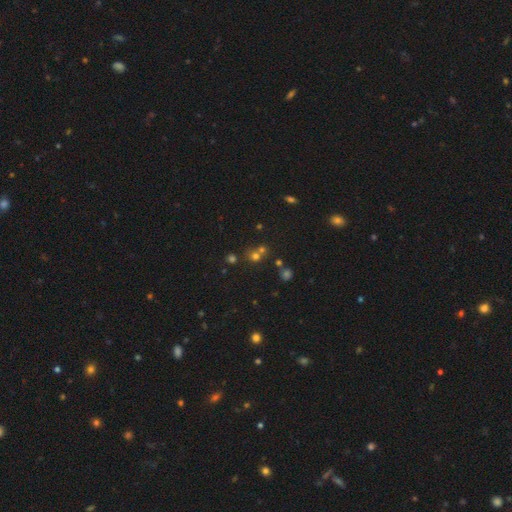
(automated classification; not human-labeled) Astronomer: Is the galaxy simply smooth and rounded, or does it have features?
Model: smooth — 58%.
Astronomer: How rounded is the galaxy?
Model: round — 86%.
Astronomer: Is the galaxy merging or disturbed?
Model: none — 58%.